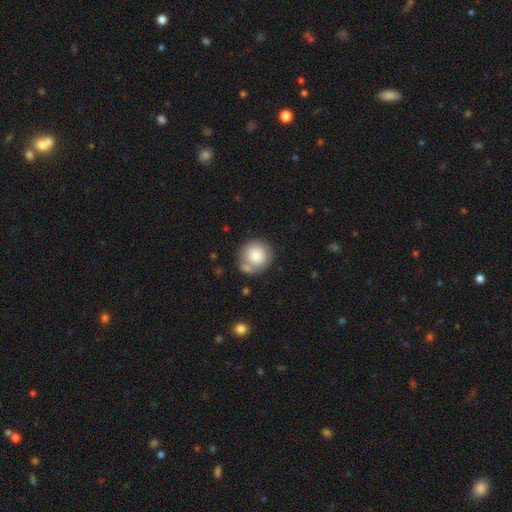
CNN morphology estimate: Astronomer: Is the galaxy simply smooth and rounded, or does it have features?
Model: smooth — 79%.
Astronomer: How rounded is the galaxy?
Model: round — 92%.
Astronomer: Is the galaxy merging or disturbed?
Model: none — 63%.